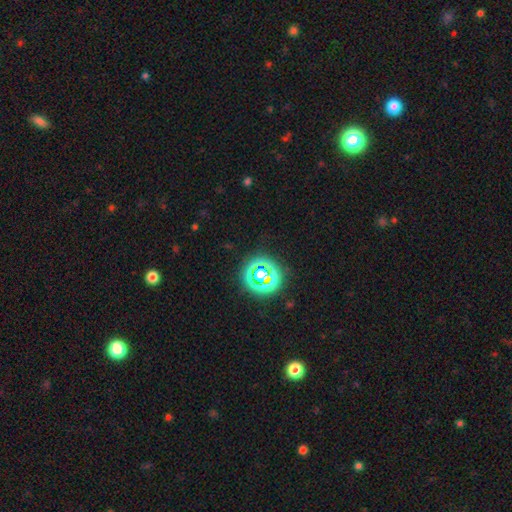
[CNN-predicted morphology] star or artifact 65%, smooth 28%, featured or disk 6%.